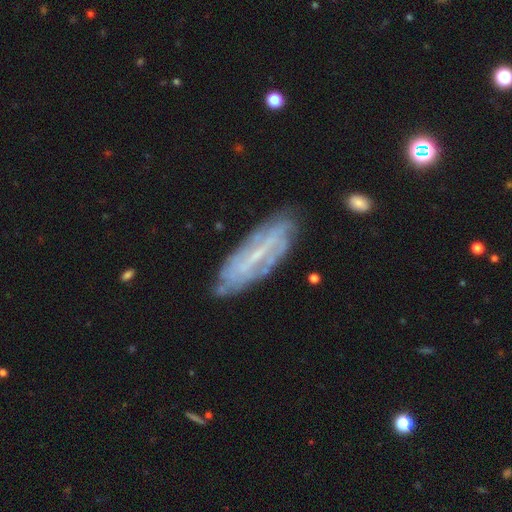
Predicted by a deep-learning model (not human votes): Smooth or featured? Predicted: featured or disk (p=0.71). Edge-on disk? Predicted: no (p=0.77). Bar? Predicted: weak (p=0.38). Spiral arms? Predicted: yes (p=0.74). Bulge size? Predicted: small (p=0.64). Merging? Predicted: none (p=0.75).